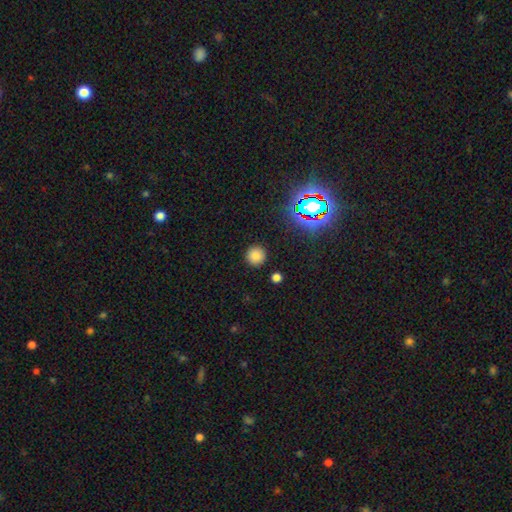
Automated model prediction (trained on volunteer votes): Q: Smooth or featured?
A: smooth (80%); runner-up: star or artifact (15%)
Q: How rounded?
A: round (95%); runner-up: in between (4%)
Q: Merging?
A: none (91%); runner-up: minor disturbance (6%)